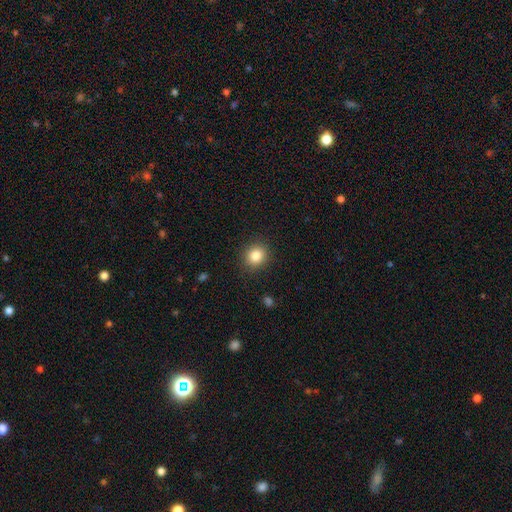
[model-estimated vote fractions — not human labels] A smooth galaxy with no disk features (84%) that is round (79%).

Vote fractions:
- Smooth or featured? smooth: 84% / star or artifact: 10% / featured or disk: 5%
- How rounded? round: 79% / in between: 20% / cigar-shaped: 1%
- Merging? none: 90% / minor disturbance: 7% / major disturbance: 2% / merger: 1%